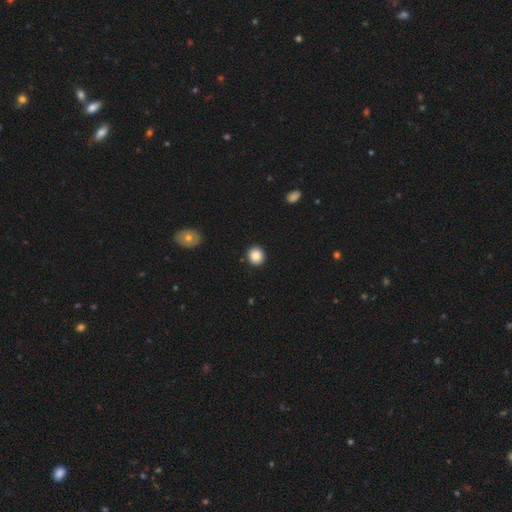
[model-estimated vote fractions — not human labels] Morphology: type=smooth (88%); roundness=round (86%); merging=none (92%).